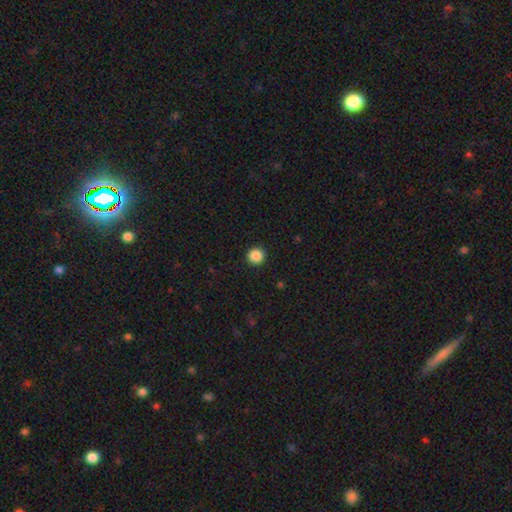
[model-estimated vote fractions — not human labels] Morphology: type=smooth (87%); roundness=round (94%); merging=none (93%).